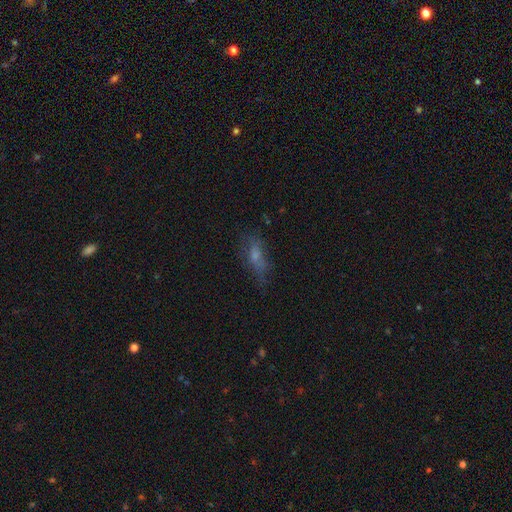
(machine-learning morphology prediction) Smooth or featured? smooth (55%)
How rounded? in between (63%)
Merging? none (54%)